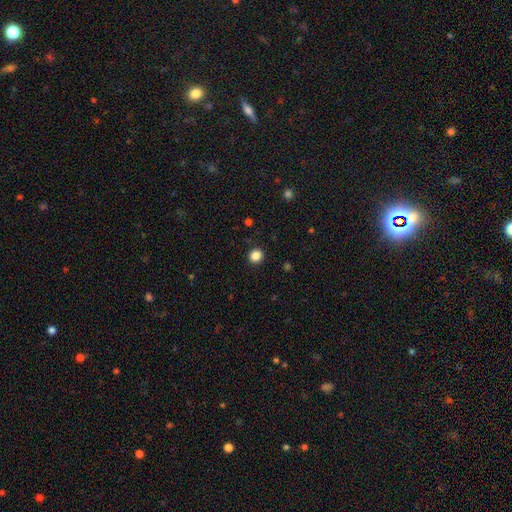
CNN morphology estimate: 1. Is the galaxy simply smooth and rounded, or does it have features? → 85% smooth, 12% star or artifact, 3% featured or disk.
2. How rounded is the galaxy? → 88% round, 11% in between, 1% cigar-shaped.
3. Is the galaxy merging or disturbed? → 92% none, 5% minor disturbance, 2% major disturbance, 1% merger.